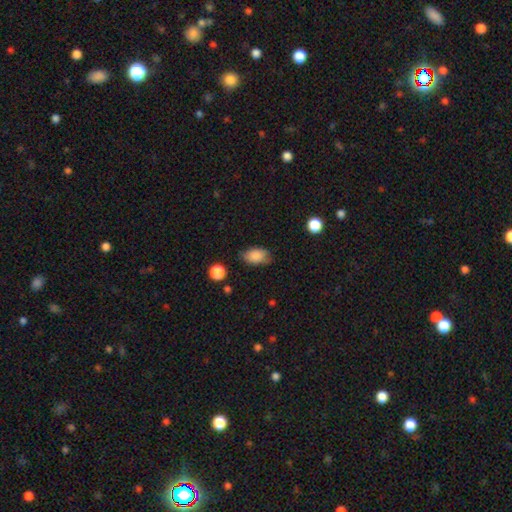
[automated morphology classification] Smooth or featured? Predicted: smooth (p=0.86). How rounded? Predicted: in between (p=0.89). Merging? Predicted: none (p=0.75).